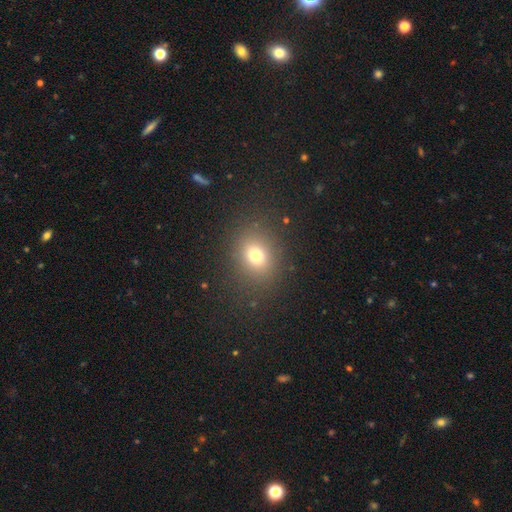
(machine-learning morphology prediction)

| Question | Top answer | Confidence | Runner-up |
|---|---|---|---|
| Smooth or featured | smooth | 73% | star or artifact (17%) |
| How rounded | round | 62% | in between (37%) |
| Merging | none | 85% | minor disturbance (8%) |